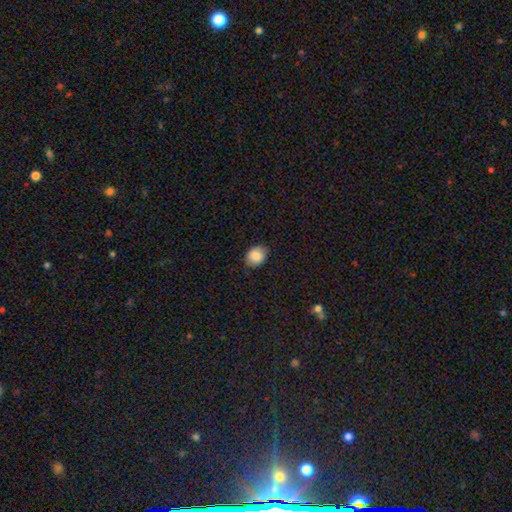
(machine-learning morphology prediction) The model was most divided on "how rounded": in between: 58%, round: 41%, cigar-shaped: 1%. More confident: smooth or featured — smooth (87%); merging — none (82%).